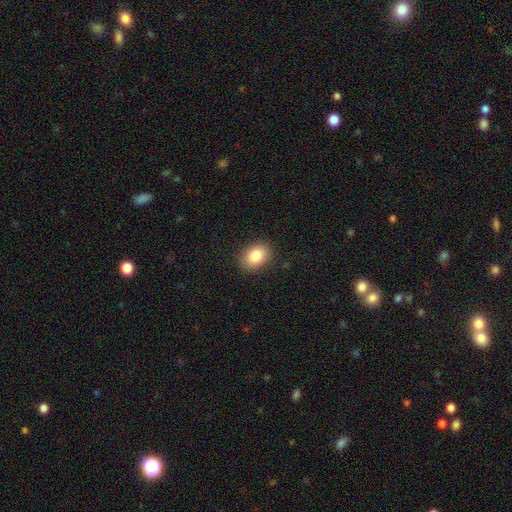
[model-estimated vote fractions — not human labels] Overall: smooth (85%). How rounded: in between (77%). Merging: none (88%).